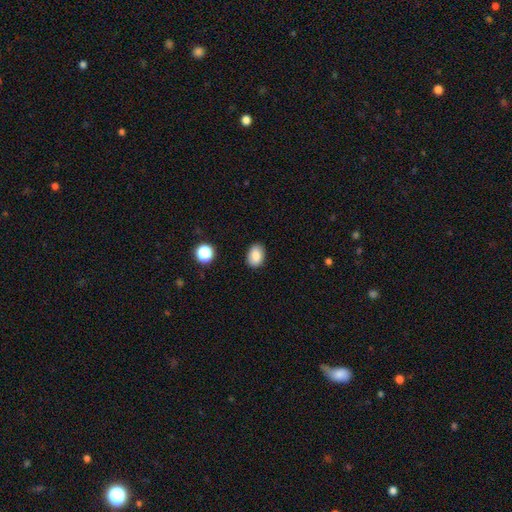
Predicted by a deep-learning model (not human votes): smooth_or_featured: smooth (p=0.84) [alt: star or artifact p=0.09]
how_rounded: in between (p=0.82) [alt: round p=0.17]
merging: none (p=0.86) [alt: minor disturbance p=0.10]